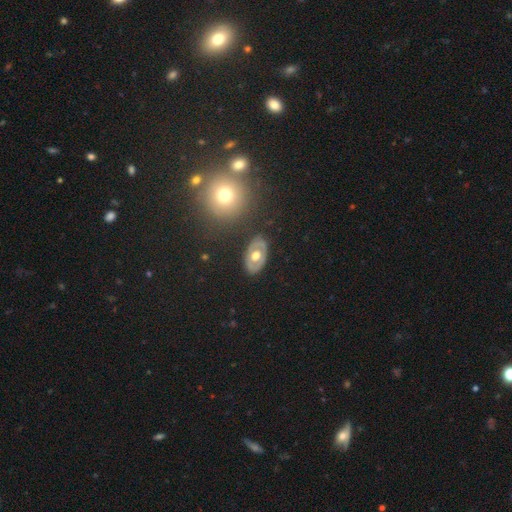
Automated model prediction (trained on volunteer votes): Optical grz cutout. It shows a featured or disk galaxy (56%). Merging: none (83%).